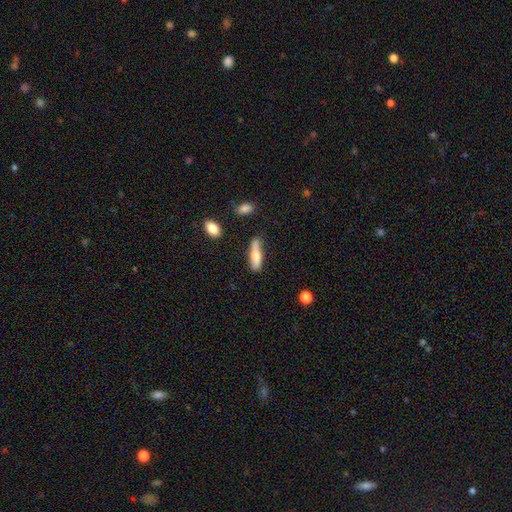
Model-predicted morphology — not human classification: type=smooth (67%); roundness=cigar-shaped (62%); merging=none (69%).